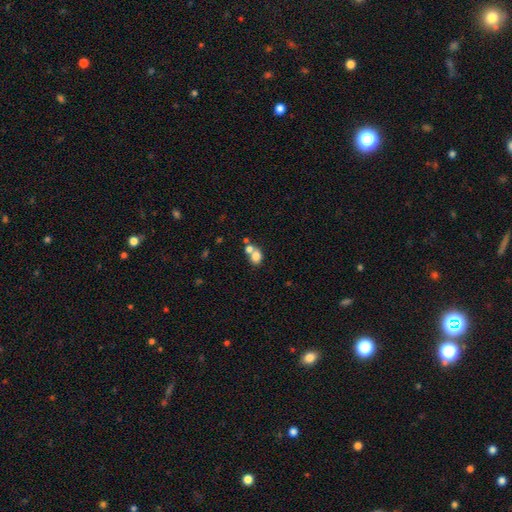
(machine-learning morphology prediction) A smooth galaxy with no disk features (77%) that is in between round and cigar-shaped (52%).

Vote fractions:
- Smooth or featured? smooth: 77% / featured or disk: 12% / star or artifact: 11%
- How rounded? in between: 52% / round: 47% / cigar-shaped: 1%
- Merging? merger: 48% / none: 39% / minor disturbance: 9% / major disturbance: 4%